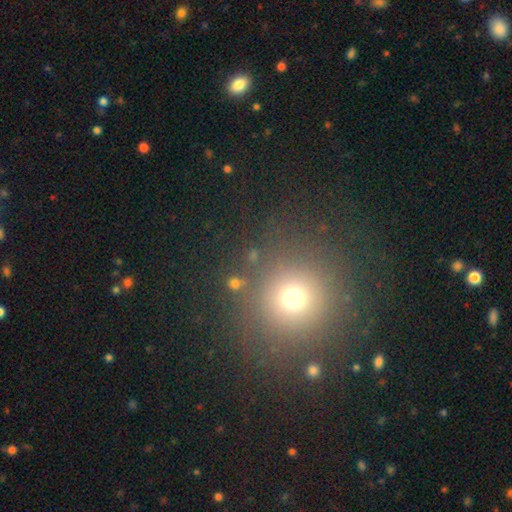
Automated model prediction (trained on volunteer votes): This appears to be a smooth galaxy with no disk features (66%) that is round (93%). Merging: none (84%).